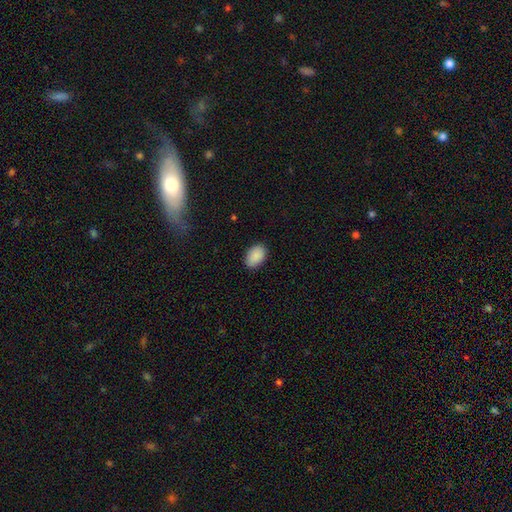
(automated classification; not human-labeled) Morphology: type=smooth (90%); roundness=in between (87%); merging=none (87%).